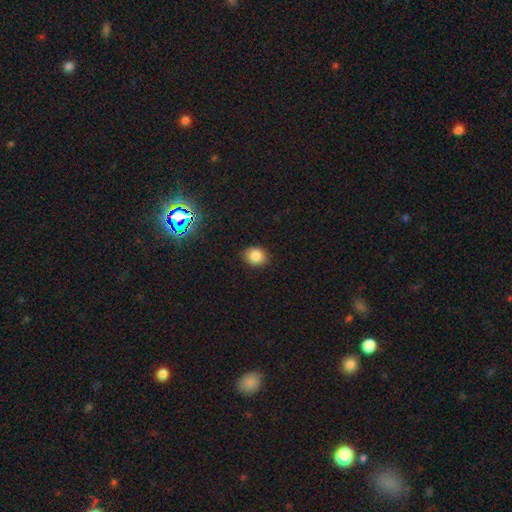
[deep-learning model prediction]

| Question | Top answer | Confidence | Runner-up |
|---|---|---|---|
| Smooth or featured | smooth | 83% | star or artifact (11%) |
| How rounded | round | 53% | in between (46%) |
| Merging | none | 87% | minor disturbance (9%) |